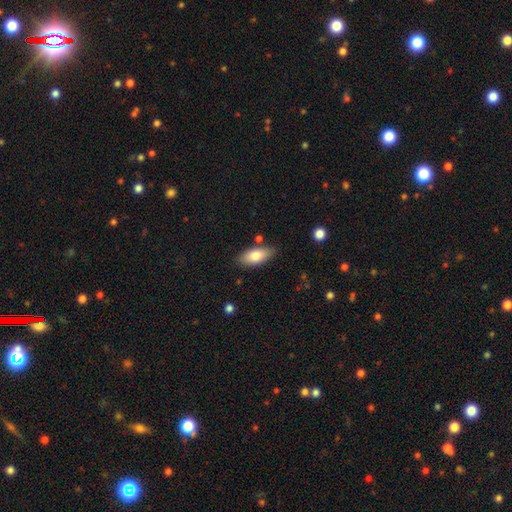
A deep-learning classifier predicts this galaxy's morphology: This appears to be a smooth galaxy with no disk features (78%) that is in between round and cigar-shaped (87%). Merging: none (82%).